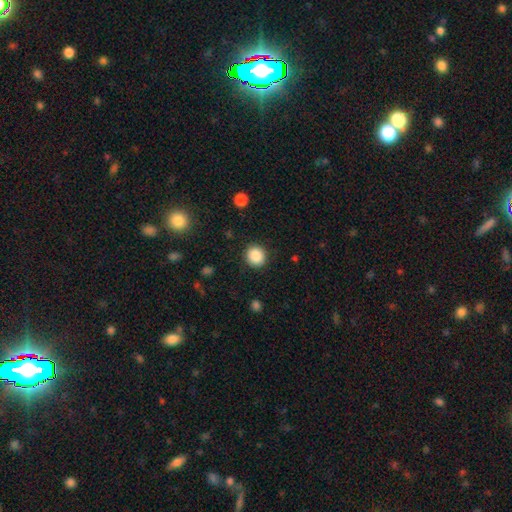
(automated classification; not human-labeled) This appears to be a smooth galaxy with no disk features (87%) that is round (88%). Merging: none (90%).